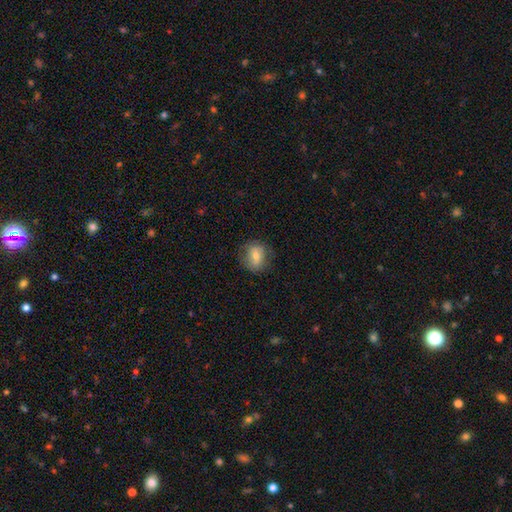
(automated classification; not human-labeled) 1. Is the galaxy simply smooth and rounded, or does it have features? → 66% smooth, 25% featured or disk, 9% star or artifact.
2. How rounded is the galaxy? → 62% round, 36% in between, 1% cigar-shaped.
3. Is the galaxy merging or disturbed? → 78% none, 15% minor disturbance, 5% major disturbance, 1% merger.